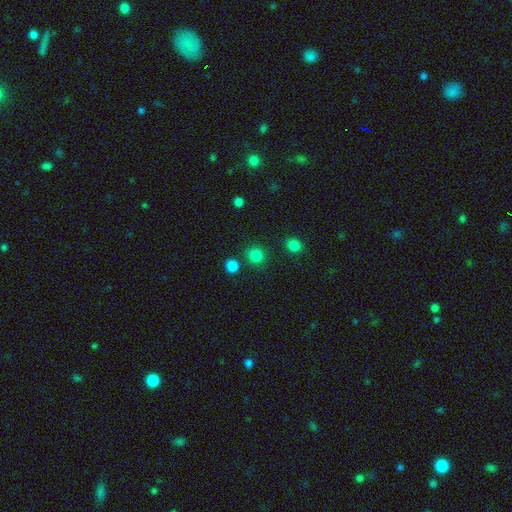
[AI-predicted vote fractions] Overall: smooth (82%). How rounded: round (90%). Merging: none (83%).